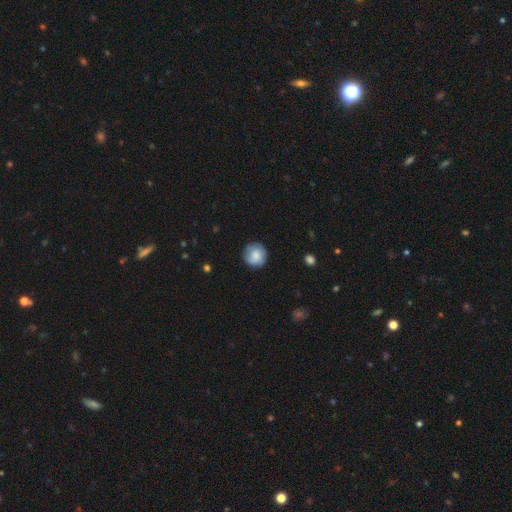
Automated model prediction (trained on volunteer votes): Smooth or featured?
  - smooth: 80% *
  - featured or disk: 13%
  - star or artifact: 7%
How rounded?
  - round: 93% *
  - in between: 6%
  - cigar-shaped: 1%
Merging?
  - none: 84% *
  - minor disturbance: 12%
  - major disturbance: 3%
  - merger: 1%